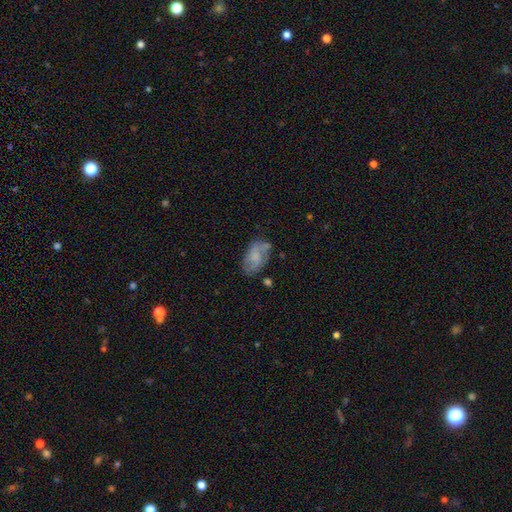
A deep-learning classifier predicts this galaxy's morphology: The model was most divided on "bulge size": none: 41%, small: 32%, moderate: 22%, large: 4%, dominant: 1%. More confident: edge-on disk — no (96%); spiral arms — yes (77%); bar — no (63%); merging — none (60%); smooth or featured — featured or disk (54%).